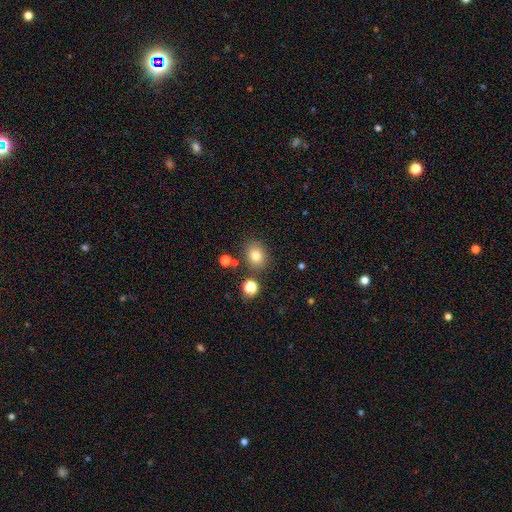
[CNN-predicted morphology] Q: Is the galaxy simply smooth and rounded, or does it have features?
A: smooth — 79%.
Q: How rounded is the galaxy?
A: round — 56%.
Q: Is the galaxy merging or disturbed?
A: none — 82%.